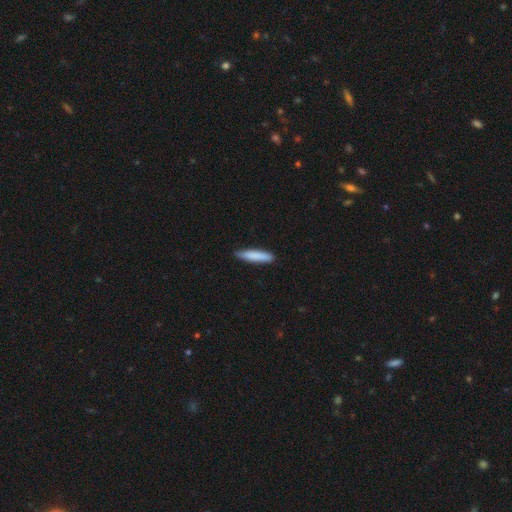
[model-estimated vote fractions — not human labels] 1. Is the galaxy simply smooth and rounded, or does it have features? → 84% smooth, 11% featured or disk, 5% star or artifact.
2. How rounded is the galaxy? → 88% cigar-shaped, 10% in between, 1% round.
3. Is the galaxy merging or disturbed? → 88% none, 9% minor disturbance, 2% major disturbance, 1% merger.